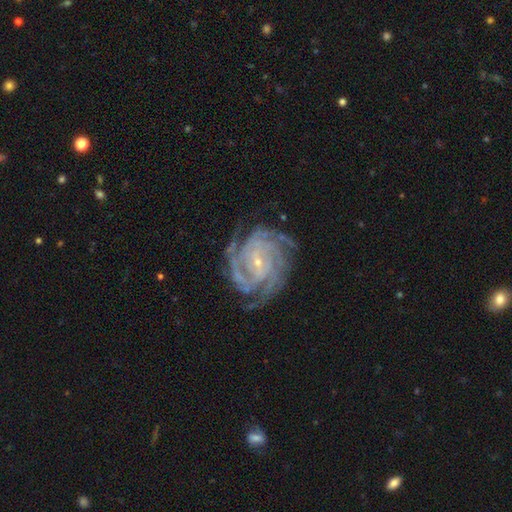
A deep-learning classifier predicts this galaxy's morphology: This appears to be a featured or disk galaxy (87%) with no bar (52%), 4 (31%) tight (74%) spiral arms (98%) and a small central bulge (81%). Merging: none (79%).